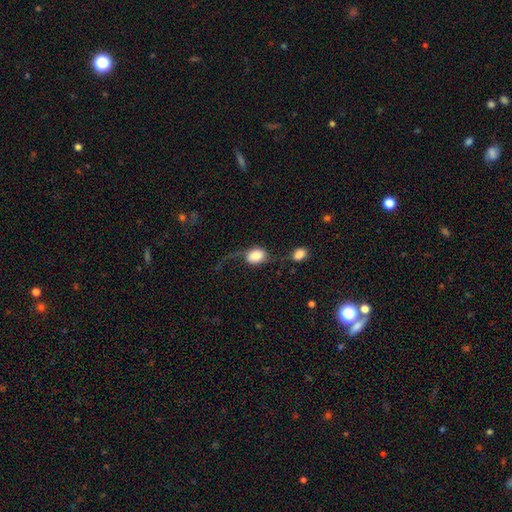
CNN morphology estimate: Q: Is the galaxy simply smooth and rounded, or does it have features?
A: smooth — 68%.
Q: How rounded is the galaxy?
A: in between — 62%.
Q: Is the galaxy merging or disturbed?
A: major disturbance — 37%.